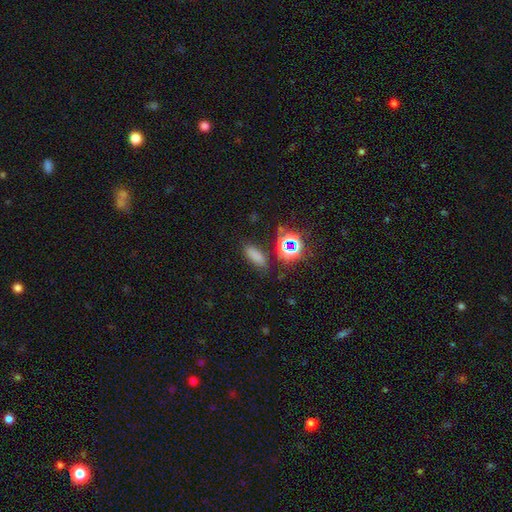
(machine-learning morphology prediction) A smooth galaxy with no disk features (70%) that is in between round and cigar-shaped (69%).

Vote fractions:
- Smooth or featured? smooth: 70% / star or artifact: 23% / featured or disk: 7%
- How rounded? in between: 69% / cigar-shaped: 23% / round: 8%
- Merging? none: 79% / minor disturbance: 12% / merger: 4% / major disturbance: 4%